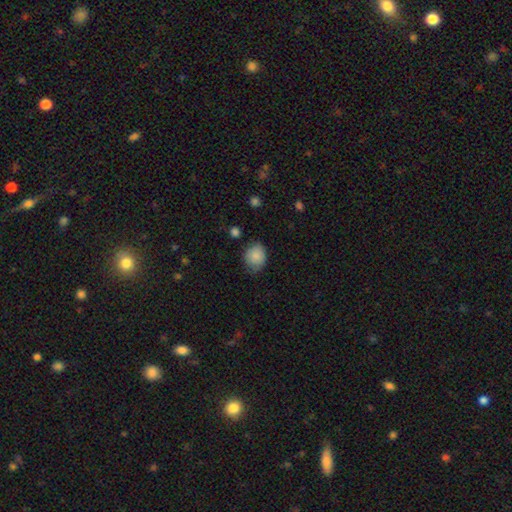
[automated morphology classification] The model was most divided on "how rounded": round: 62%, in between: 37%, cigar-shaped: 1%. More confident: smooth or featured — smooth (86%); merging — none (67%).